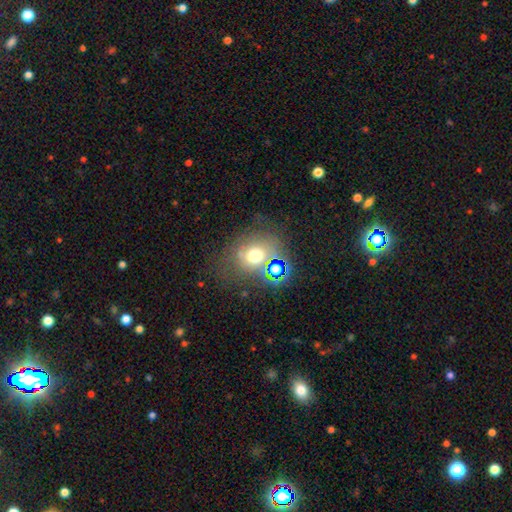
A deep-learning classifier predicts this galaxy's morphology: smooth-or-featured: smooth: 60% | star or artifact: 22% | featured or disk: 17%
  how-rounded: round: 61% | in between: 38% | cigar-shaped: 1%
  merging: none: 58% | minor disturbance: 17% | merger: 15% | major disturbance: 11%